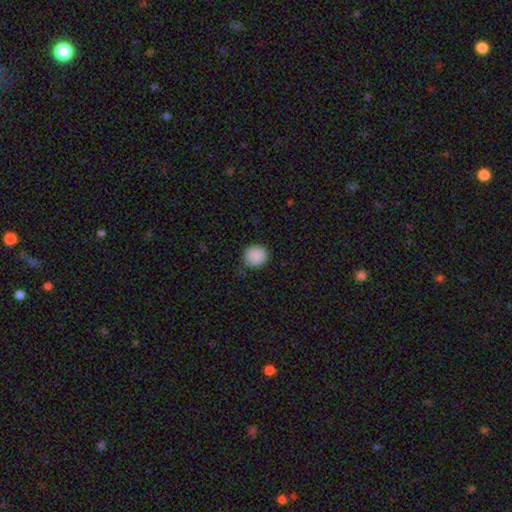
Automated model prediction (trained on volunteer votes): This appears to be a smooth galaxy with no disk features (88%) that is round (85%). Merging: none (77%).